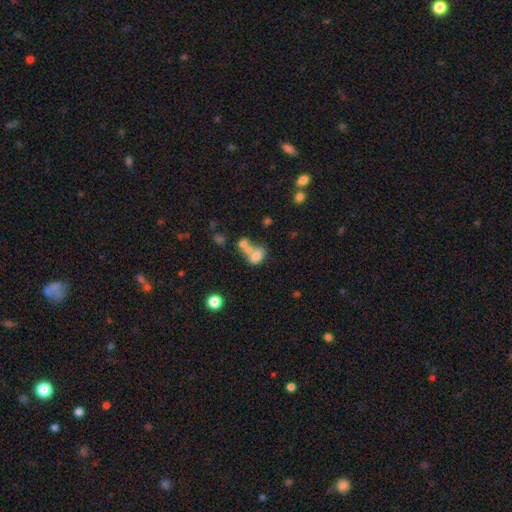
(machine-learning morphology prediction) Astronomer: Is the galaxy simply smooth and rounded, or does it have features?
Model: smooth — 71%.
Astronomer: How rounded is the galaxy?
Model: in between — 69%.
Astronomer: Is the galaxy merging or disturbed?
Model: merger — 58%.